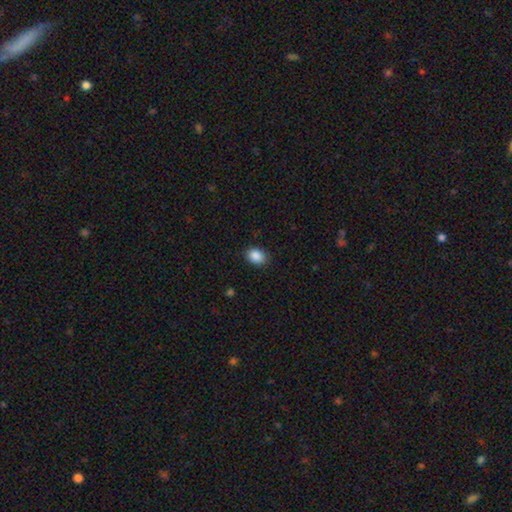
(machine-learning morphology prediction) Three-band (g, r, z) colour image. It shows a smooth galaxy with no disk features (89%) that is in between round and cigar-shaped (65%). Merging: none (86%).